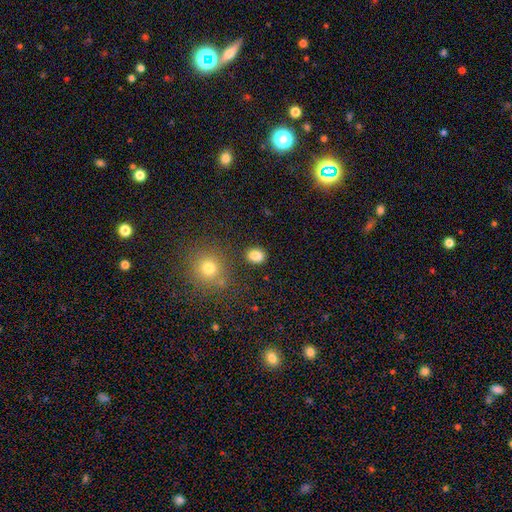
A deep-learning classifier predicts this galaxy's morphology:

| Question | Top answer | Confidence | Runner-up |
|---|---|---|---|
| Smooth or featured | smooth | 85% | star or artifact (11%) |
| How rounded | in between | 50% | round (49%) |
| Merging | none | 84% | minor disturbance (10%) |